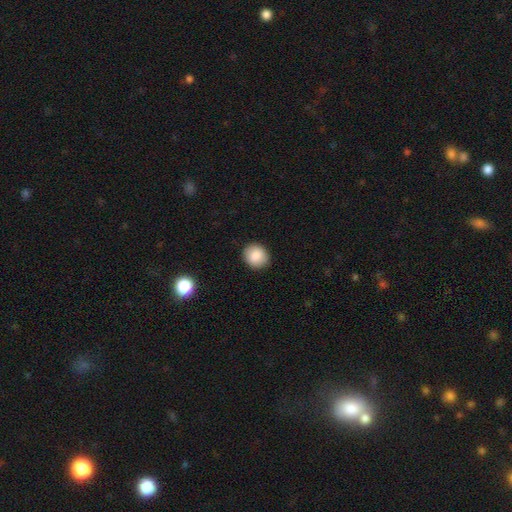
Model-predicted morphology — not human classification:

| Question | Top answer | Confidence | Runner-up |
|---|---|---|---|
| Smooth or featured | smooth | 87% | star or artifact (8%) |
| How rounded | round | 74% | in between (25%) |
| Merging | none | 90% | minor disturbance (7%) |